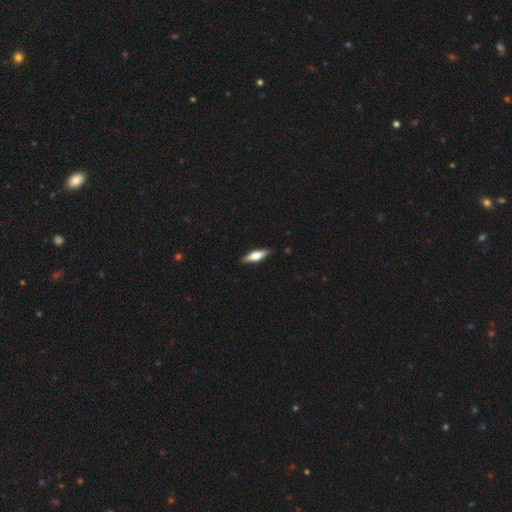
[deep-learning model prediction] Overall: featured or disk (49%; smooth 45%). Merging: none (89%).